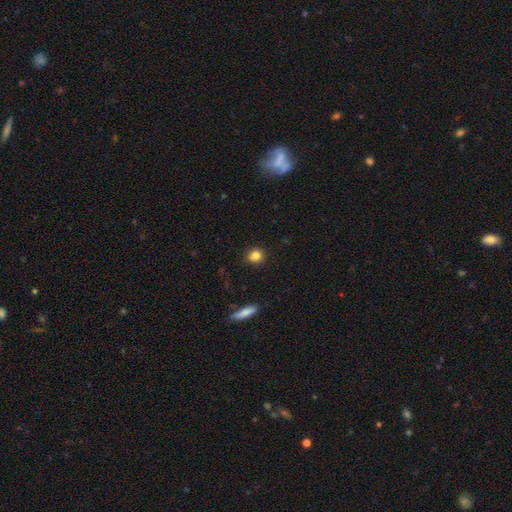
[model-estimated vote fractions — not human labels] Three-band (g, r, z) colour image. It shows a smooth galaxy with no disk features (83%) that is round (82%). Merging: none (87%).